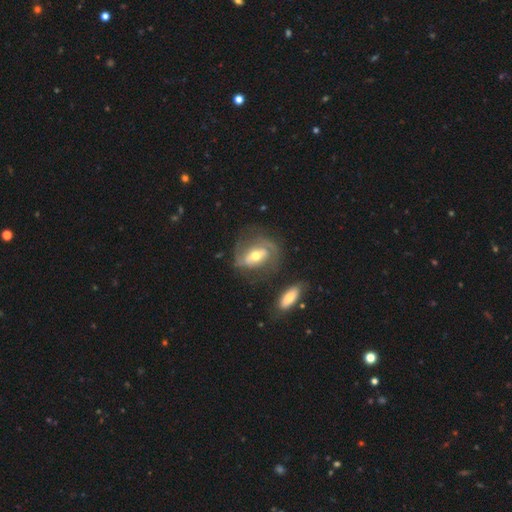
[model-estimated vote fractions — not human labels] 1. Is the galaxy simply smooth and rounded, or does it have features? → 73% featured or disk, 20% smooth, 6% star or artifact.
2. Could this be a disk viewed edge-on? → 94% no, 6% yes.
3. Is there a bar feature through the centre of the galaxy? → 37% weak, 33% strong, 30% no.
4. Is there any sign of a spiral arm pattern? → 77% yes, 23% no.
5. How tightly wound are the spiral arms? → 42% medium, 36% tight, 22% loose.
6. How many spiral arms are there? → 65% 2, 18% can't tell, 9% 1, 5% 3, 2% 4, 1% more than 4.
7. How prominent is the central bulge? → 69% moderate, 20% small, 9% large, 1% dominant, 1% none.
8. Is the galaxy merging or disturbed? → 57% none, 20% minor disturbance, 17% major disturbance, 6% merger.